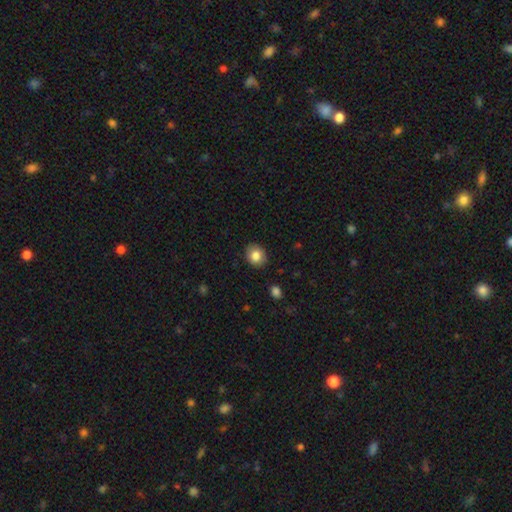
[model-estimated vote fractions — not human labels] smooth 83%, star or artifact 9%, featured or disk 8%. Down the decision tree: how rounded — round (63%); merging — none (87%).